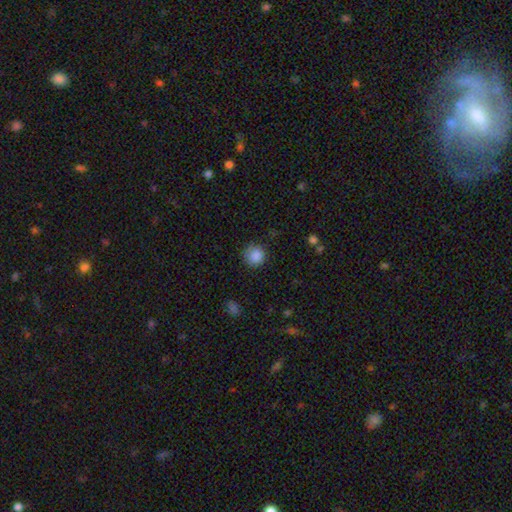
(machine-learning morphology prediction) The model was most divided on "merging": none: 82%, minor disturbance: 14%, major disturbance: 3%, merger: 1%. More confident: how rounded — round (91%); smooth or featured — smooth (87%).